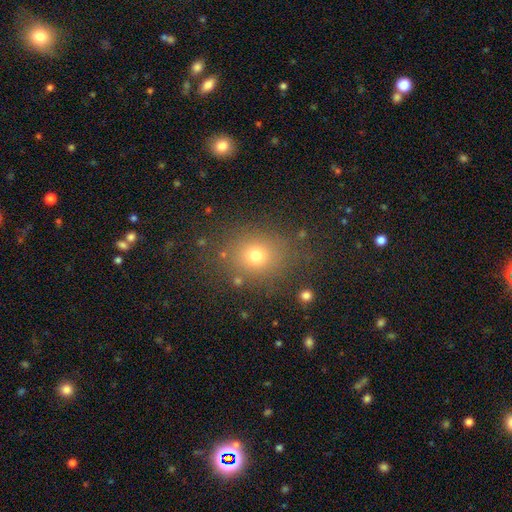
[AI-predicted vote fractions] This is likely a smooth galaxy (73%). How rounded: likely round (68%). Merging: clearly none (81%).